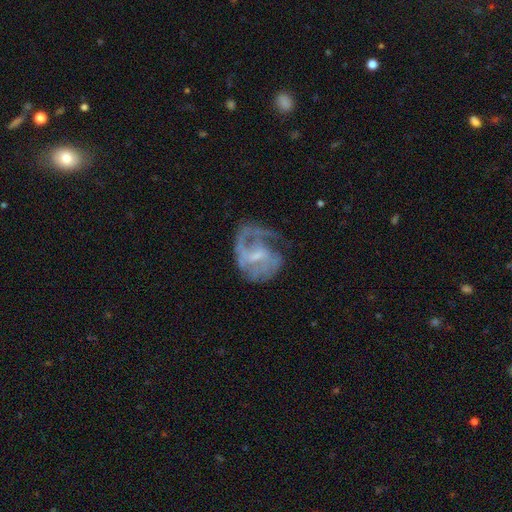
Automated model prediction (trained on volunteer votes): Q: Smooth or featured?
A: featured or disk (79%); runner-up: smooth (14%)
Q: Edge-on disk?
A: no (98%); runner-up: yes (2%)
Q: Bar?
A: weak (55%); runner-up: no (31%)
Q: Spiral arms?
A: yes (85%); runner-up: no (15%)
Q: Spiral winding?
A: medium (44%); runner-up: tight (30%)
Q: Spiral arm count?
A: 2 (32%); runner-up: 1 (30%)
Q: Bulge size?
A: small (53%); runner-up: moderate (26%)
Q: Merging?
A: none (42%); runner-up: major disturbance (34%)